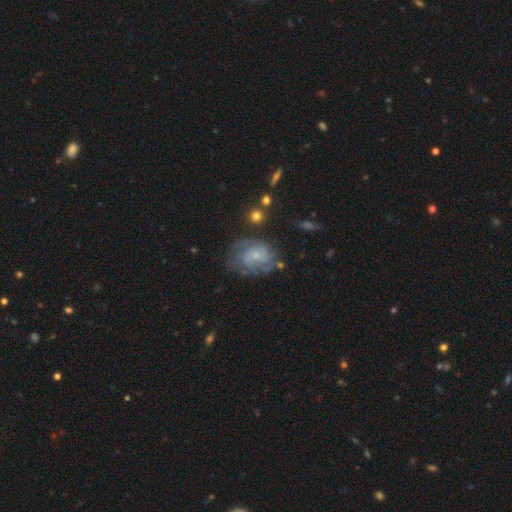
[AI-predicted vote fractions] Smooth or featured? Predicted: featured or disk (p=0.67). Edge-on disk? Predicted: no (p=0.98). Bar? Predicted: no (p=0.71). Spiral arms? Predicted: yes (p=0.82). Spiral winding? Predicted: tight (p=0.47). Spiral arm count? Predicted: can't tell (p=0.43). Bulge size? Predicted: small (p=0.70). Merging? Predicted: none (p=0.58).